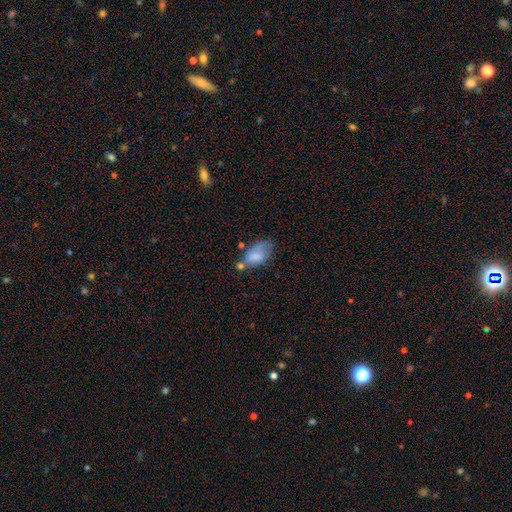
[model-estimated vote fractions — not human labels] Q: Smooth or featured?
A: smooth (72%); runner-up: featured or disk (20%)
Q: How rounded?
A: in between (92%); runner-up: round (5%)
Q: Merging?
A: none (36%); runner-up: minor disturbance (30%)